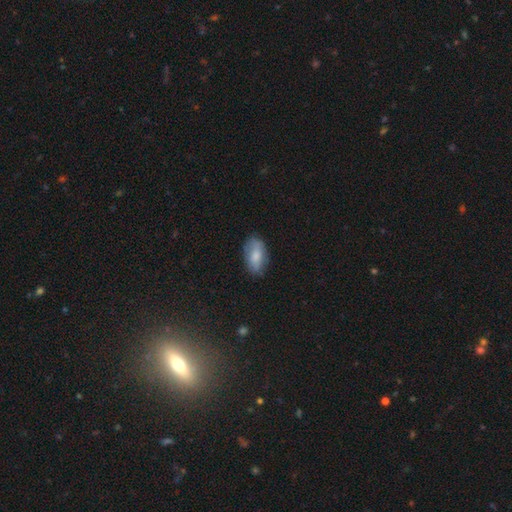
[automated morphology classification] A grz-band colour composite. It shows a smooth galaxy with no disk features (76%) that is in between round and cigar-shaped (92%). Merging: none (75%).